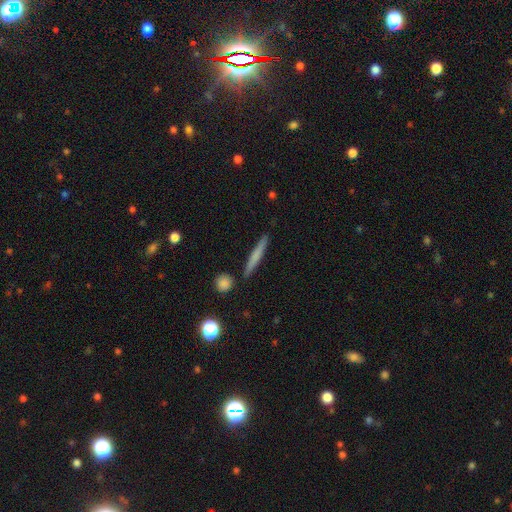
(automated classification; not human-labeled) A smooth galaxy with no disk features (60%) that is cigar-shaped (95%). Merging: none (88%).